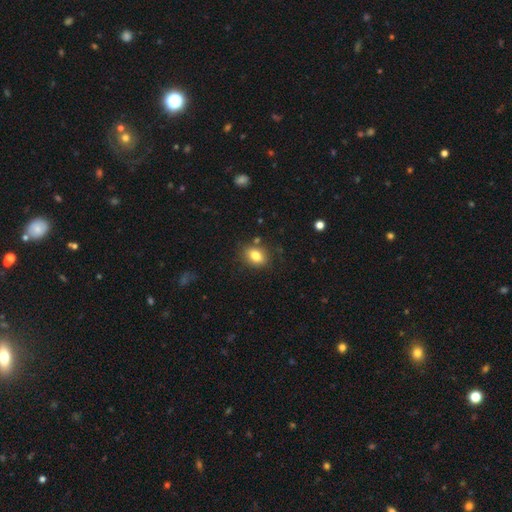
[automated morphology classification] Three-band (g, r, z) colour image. It shows a smooth galaxy with no disk features (81%) that is in between round and cigar-shaped (77%). Merging: none (81%).